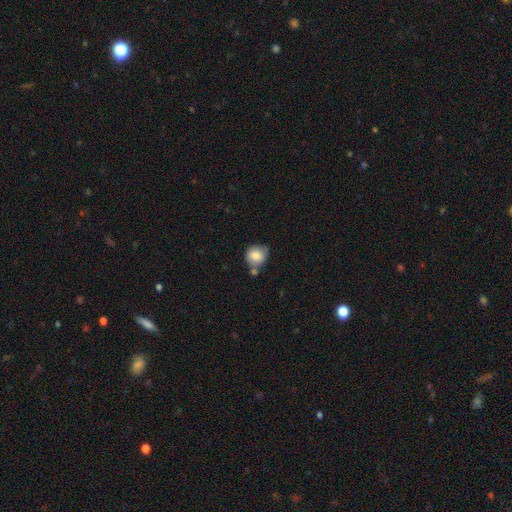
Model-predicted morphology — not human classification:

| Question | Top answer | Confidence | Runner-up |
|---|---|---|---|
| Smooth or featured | smooth | 82% | featured or disk (10%) |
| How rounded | round | 84% | in between (15%) |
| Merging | none | 55% | merger (20%) |